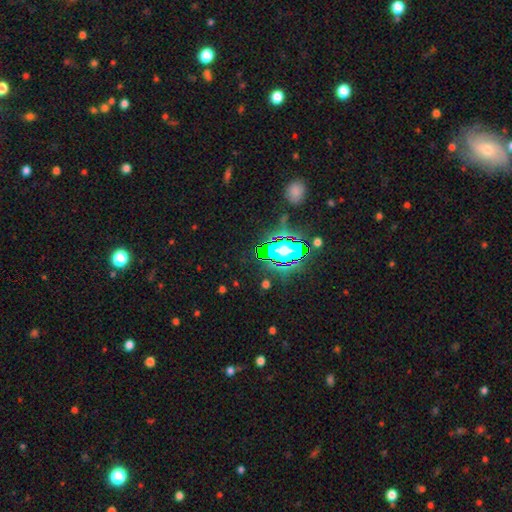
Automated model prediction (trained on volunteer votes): Q: Smooth or featured?
A: star or artifact (78%); runner-up: smooth (12%)